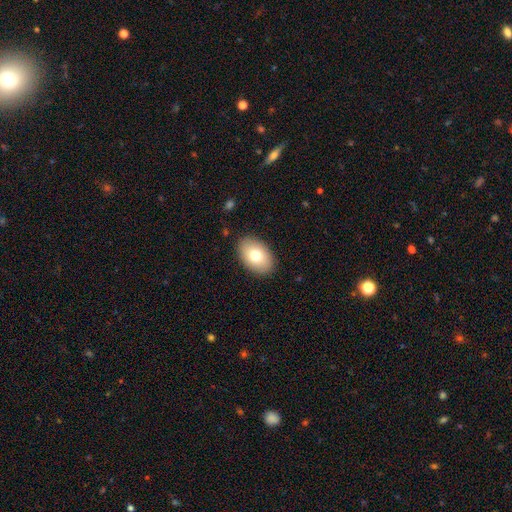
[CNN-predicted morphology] smooth 76%, featured or disk 17%, star or artifact 7%. Down the decision tree: how rounded — in between (88%); merging — none (88%).